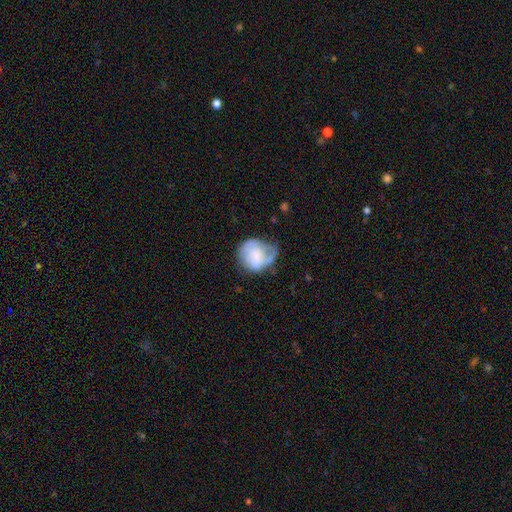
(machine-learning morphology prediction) type=featured or disk (47%); merging=none (45%).